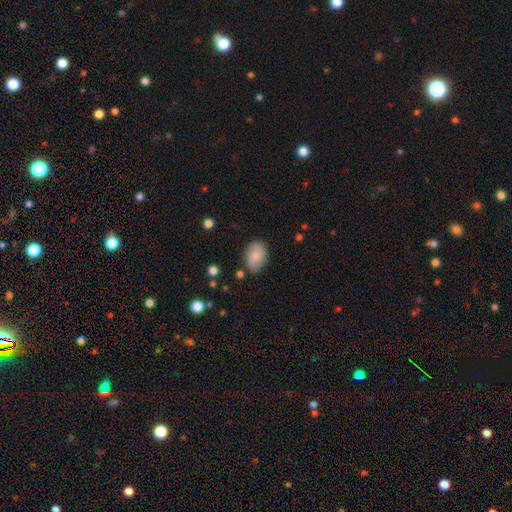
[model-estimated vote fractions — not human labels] This is likely a smooth galaxy (78%). How rounded: clearly in between (84%). Merging: likely none (78%).